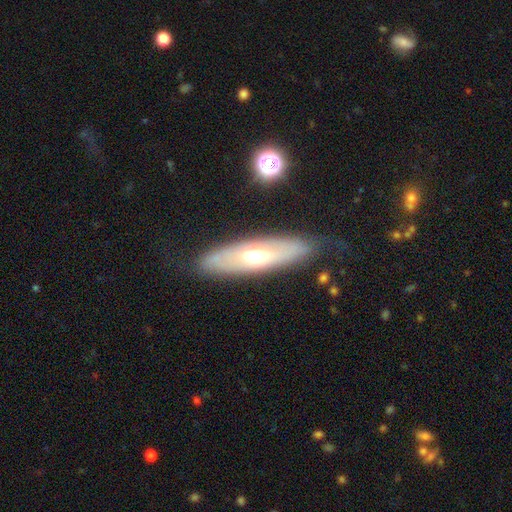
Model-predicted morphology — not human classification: smooth 46% (tied), featured or disk 46% (tied), star or artifact 7%. Down the decision tree: merging — none (80%).